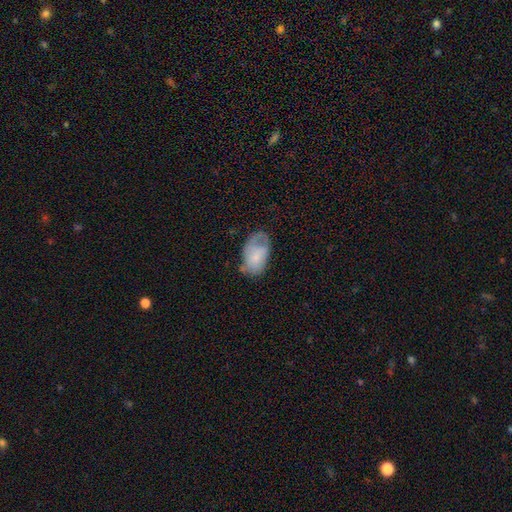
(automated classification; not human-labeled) smooth 64%, featured or disk 29%, star or artifact 7%. Down the decision tree: how rounded — in between (91%); merging — none (39%).